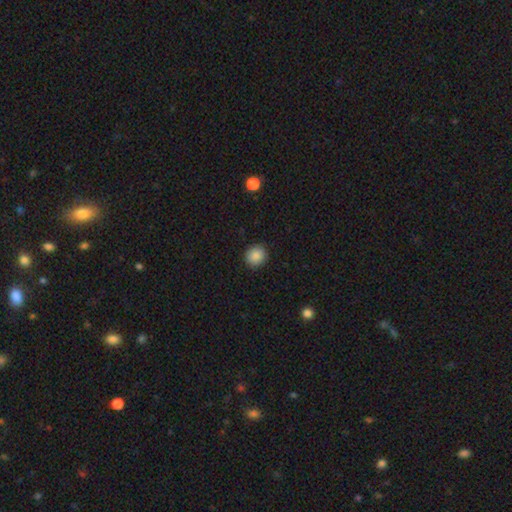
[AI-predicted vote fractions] This is clearly a smooth galaxy (87%). How rounded: clearly round (83%). Merging: clearly none (91%).